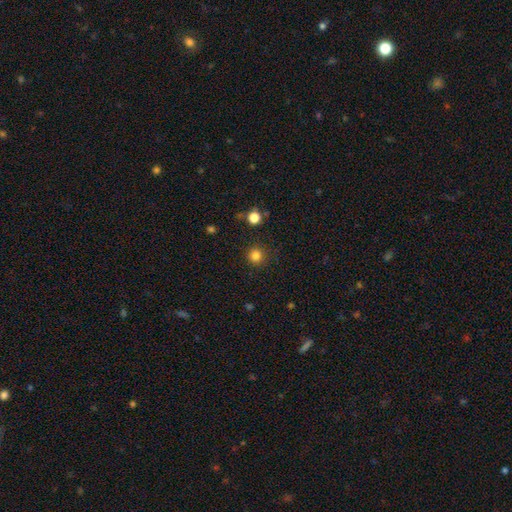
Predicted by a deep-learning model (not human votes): Smooth or featured?
  - smooth: 82% *
  - star or artifact: 14%
  - featured or disk: 4%
How rounded?
  - round: 94% *
  - in between: 5%
  - cigar-shaped: 1%
Merging?
  - none: 90% *
  - minor disturbance: 6%
  - major disturbance: 2%
  - merger: 2%